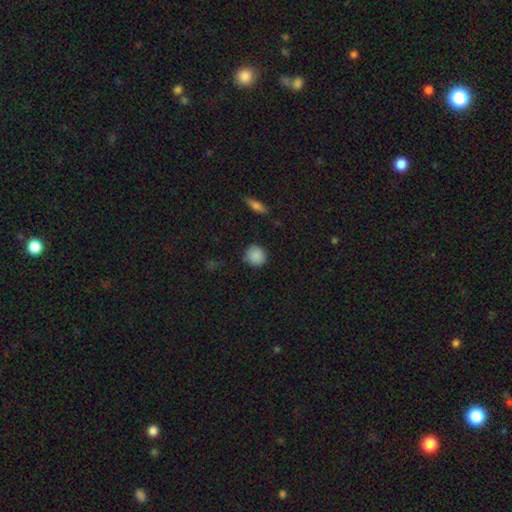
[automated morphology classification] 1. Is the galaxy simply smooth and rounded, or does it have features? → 87% smooth, 8% star or artifact, 4% featured or disk.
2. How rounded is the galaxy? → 90% round, 8% in between, 1% cigar-shaped.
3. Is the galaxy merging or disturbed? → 85% none, 11% minor disturbance, 2% major disturbance, 2% merger.